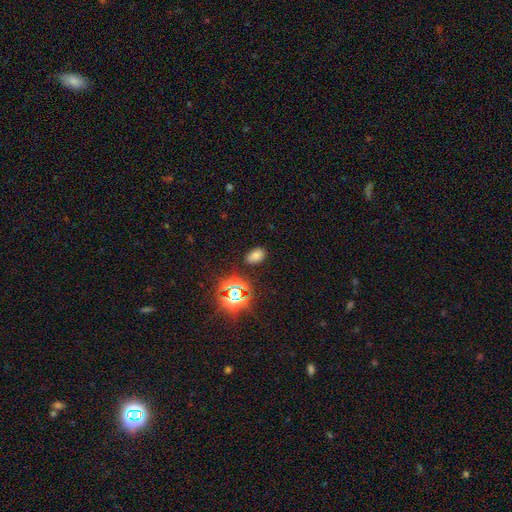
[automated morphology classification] Smooth or featured: smooth — 70% (star or artifact — 24%)
How rounded: in between — 88% (round — 10%)
Merging: none — 85% (minor disturbance — 10%)